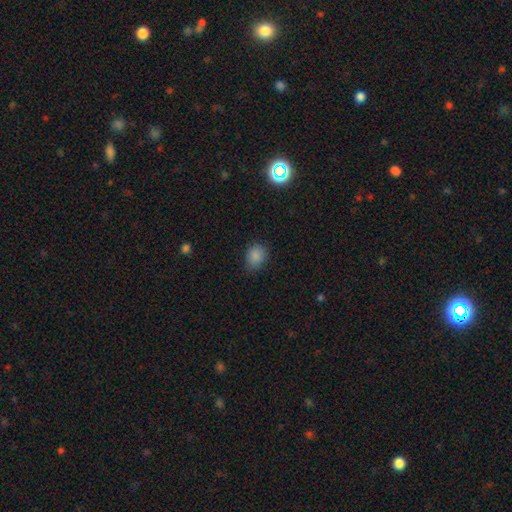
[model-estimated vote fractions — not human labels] Smooth or featured? smooth (84%)
How rounded? in between (50%)
Merging? none (79%)